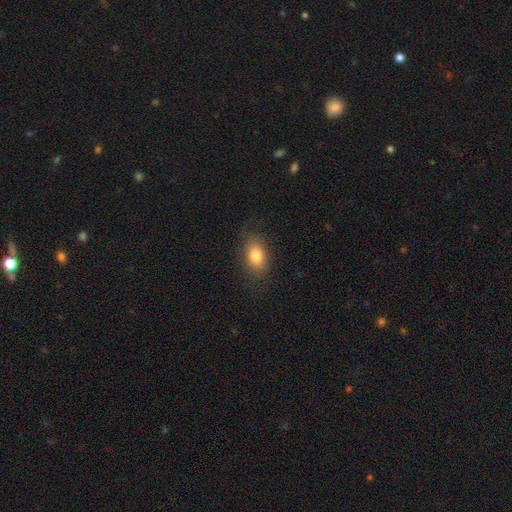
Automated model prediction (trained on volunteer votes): smooth-or-featured: smooth: 82% | featured or disk: 9% | star or artifact: 9%
  how-rounded: in between: 85% | round: 13% | cigar-shaped: 2%
  merging: none: 82% | minor disturbance: 13% | major disturbance: 4% | merger: 1%